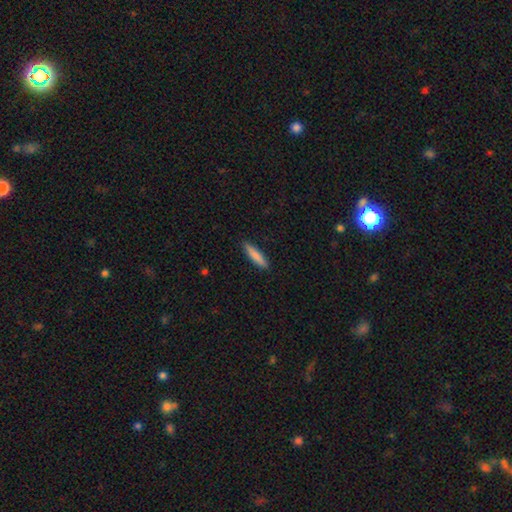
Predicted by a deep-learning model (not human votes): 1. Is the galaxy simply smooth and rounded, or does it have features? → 83% smooth, 12% featured or disk, 5% star or artifact.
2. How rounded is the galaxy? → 83% cigar-shaped, 16% in between, 1% round.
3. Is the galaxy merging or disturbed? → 90% none, 8% minor disturbance, 2% major disturbance, 1% merger.